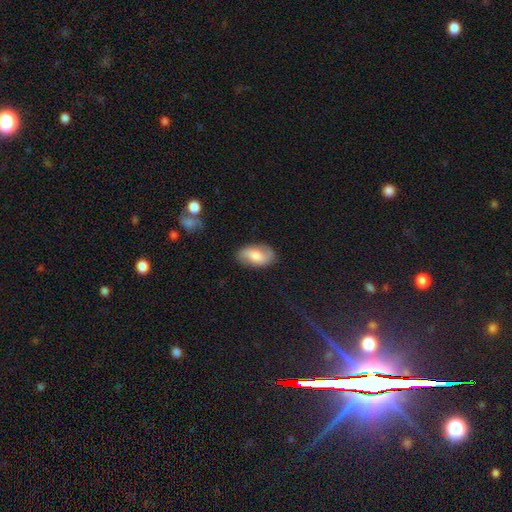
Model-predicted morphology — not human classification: The model was most divided on "smooth or featured": smooth: 49%, featured or disk: 44%, star or artifact: 7%. More confident: merging — none (79%).